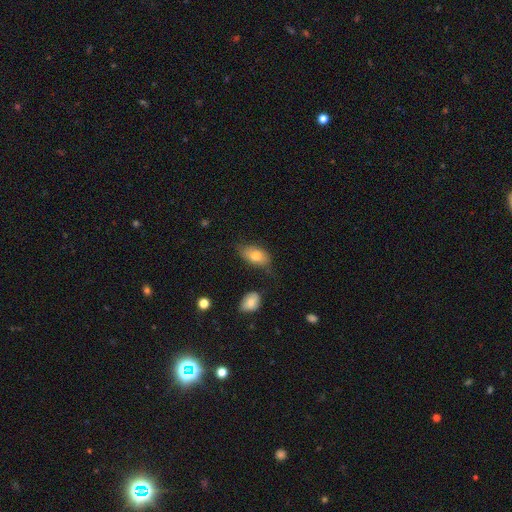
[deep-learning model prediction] Morphology: type=smooth (75%); roundness=in between (91%); merging=none (67%).